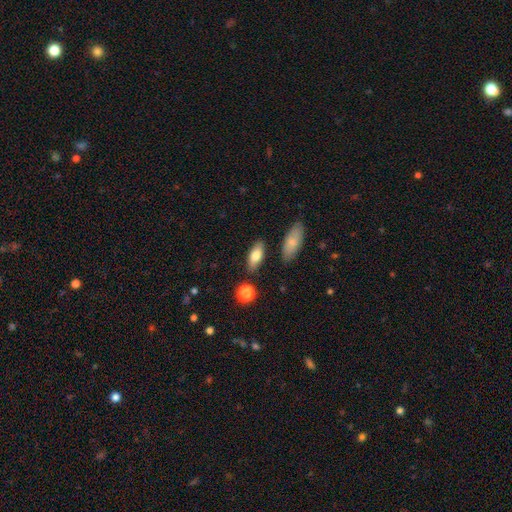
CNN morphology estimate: Q: Smooth or featured?
A: smooth (78%); runner-up: featured or disk (15%)
Q: How rounded?
A: in between (80%); runner-up: cigar-shaped (16%)
Q: Merging?
A: none (82%); runner-up: minor disturbance (11%)